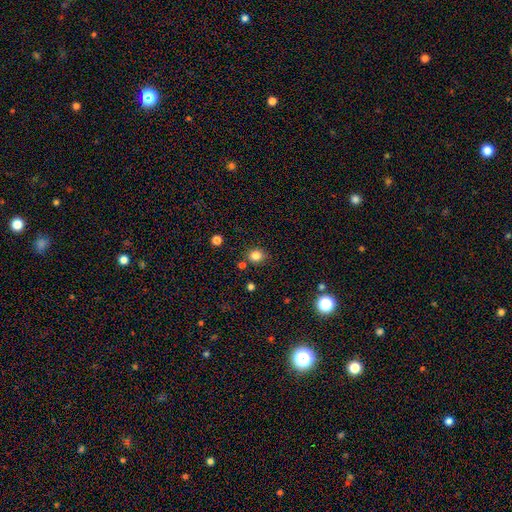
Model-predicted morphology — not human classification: Smooth or featured?
  - smooth: 83% *
  - star or artifact: 12%
  - featured or disk: 5%
How rounded?
  - round: 70% *
  - in between: 29%
  - cigar-shaped: 1%
Merging?
  - none: 79% *
  - minor disturbance: 12%
  - merger: 5%
  - major disturbance: 3%